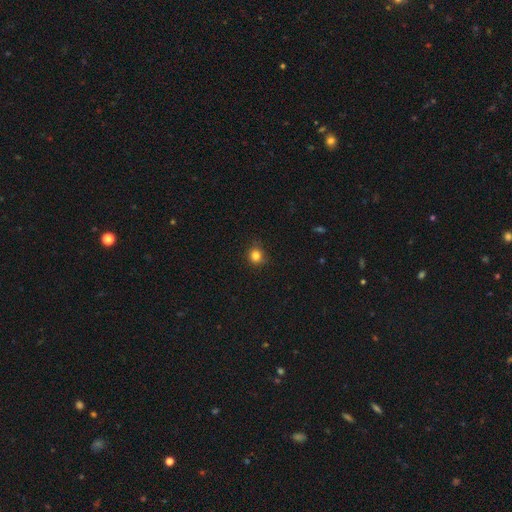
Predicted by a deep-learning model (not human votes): Smooth or featured?
  - smooth: 83% *
  - star or artifact: 13%
  - featured or disk: 4%
How rounded?
  - round: 89% *
  - in between: 10%
  - cigar-shaped: 1%
Merging?
  - none: 84% *
  - minor disturbance: 12%
  - major disturbance: 3%
  - merger: 1%